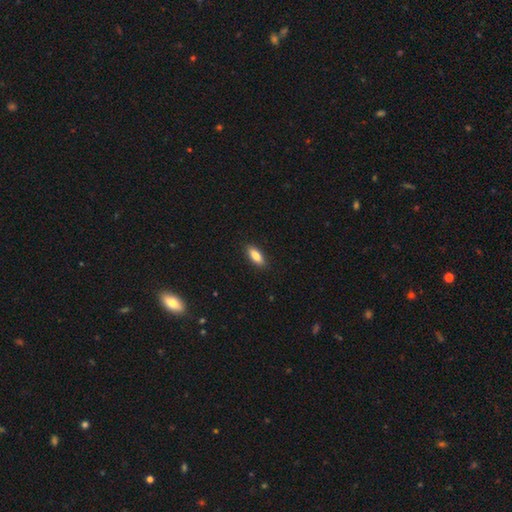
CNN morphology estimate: Q: Smooth or featured?
A: smooth (83%); runner-up: featured or disk (10%)
Q: How rounded?
A: in between (74%); runner-up: cigar-shaped (24%)
Q: Merging?
A: none (89%); runner-up: minor disturbance (8%)